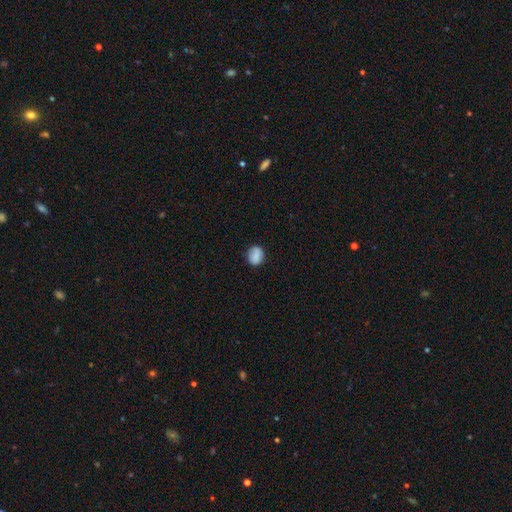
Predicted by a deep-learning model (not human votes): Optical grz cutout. It shows a smooth galaxy with no disk features (85%) that is round (56%). Merging: none (80%).